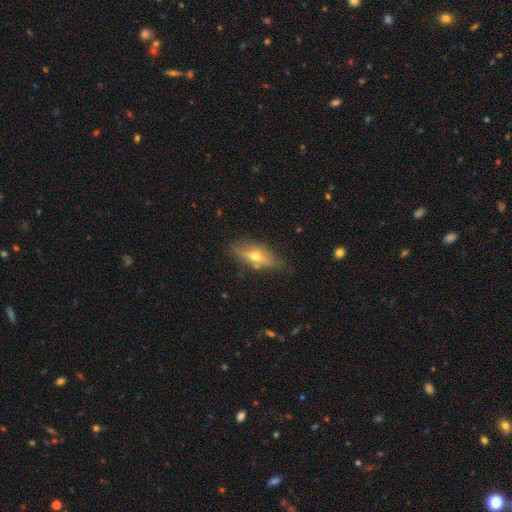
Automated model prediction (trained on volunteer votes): featured or disk 47%, smooth 45%, star or artifact 8%. Down the decision tree: merging — none (75%).